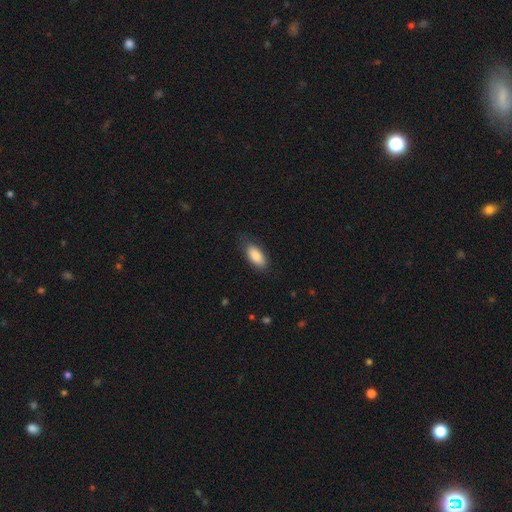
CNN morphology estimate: This appears to be a smooth galaxy with no disk features (86%) that is in between round and cigar-shaped (87%). Merging: none (76%).